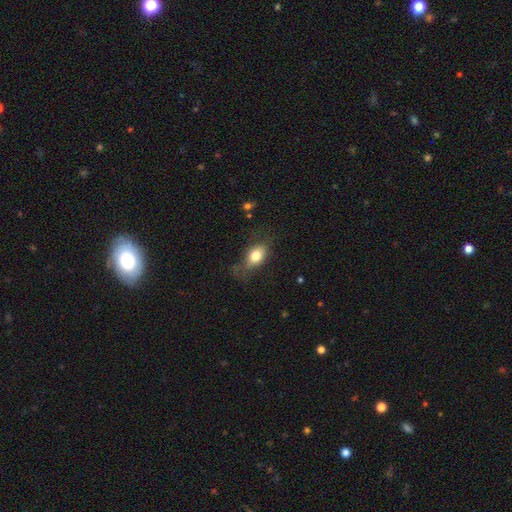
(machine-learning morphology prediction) type=smooth (77%); roundness=in between (81%); merging=none (57%).